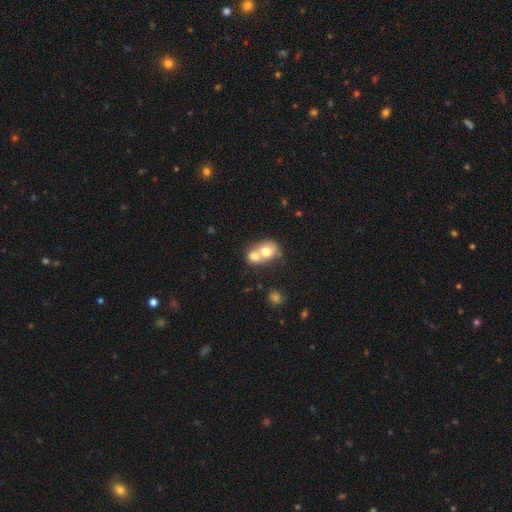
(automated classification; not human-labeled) Smooth or featured?
  - smooth: 66% *
  - featured or disk: 25%
  - star or artifact: 10%
How rounded?
  - round: 57% *
  - in between: 42%
  - cigar-shaped: 1%
Merging?
  - merger: 70% *
  - none: 21%
  - minor disturbance: 6%
  - major disturbance: 3%